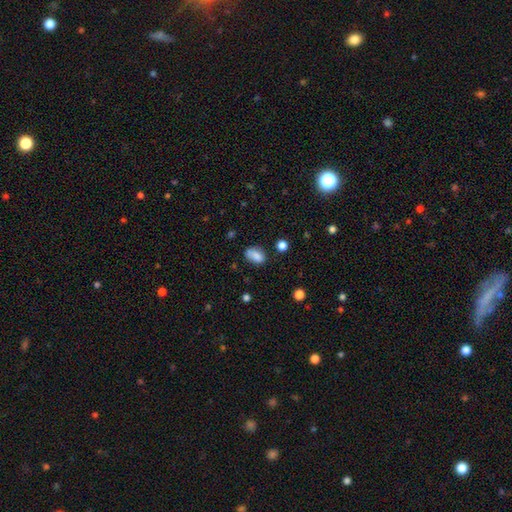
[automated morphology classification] Smooth or featured? smooth (81%)
How rounded? in between (83%)
Merging? none (61%)